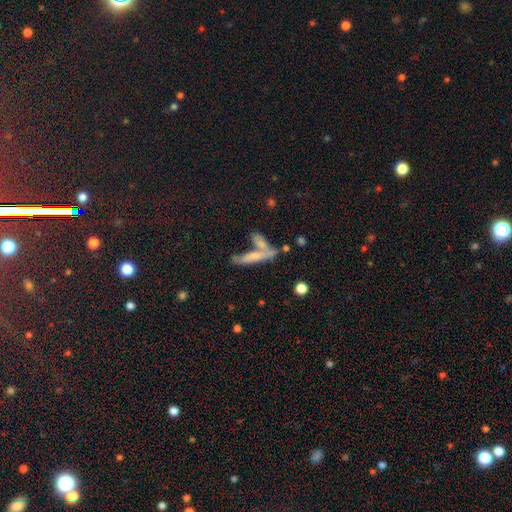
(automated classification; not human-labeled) Smooth or featured? smooth (57%)
How rounded? cigar-shaped (79%)
Merging? none (43%)